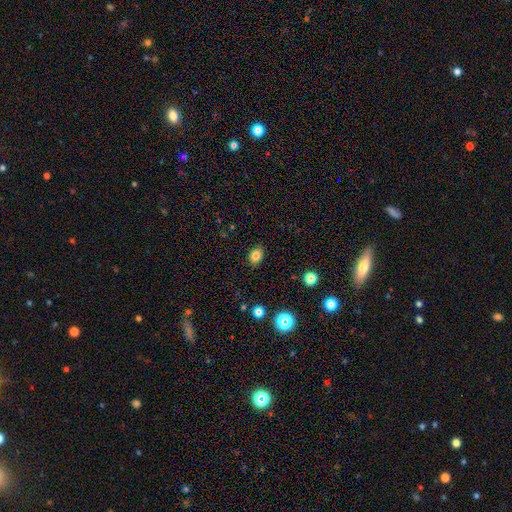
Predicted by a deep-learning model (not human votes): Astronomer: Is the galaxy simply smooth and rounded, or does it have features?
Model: smooth — 82%.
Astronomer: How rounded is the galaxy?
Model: in between — 69%.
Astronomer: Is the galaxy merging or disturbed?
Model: none — 88%.